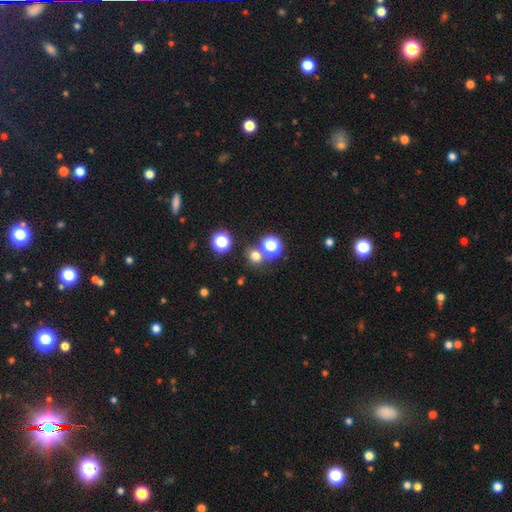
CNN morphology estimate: Smooth or featured?
  - smooth: 68% *
  - star or artifact: 26%
  - featured or disk: 6%
How rounded?
  - round: 82% *
  - in between: 17%
  - cigar-shaped: 1%
Merging?
  - none: 74% *
  - merger: 15%
  - minor disturbance: 8%
  - major disturbance: 3%